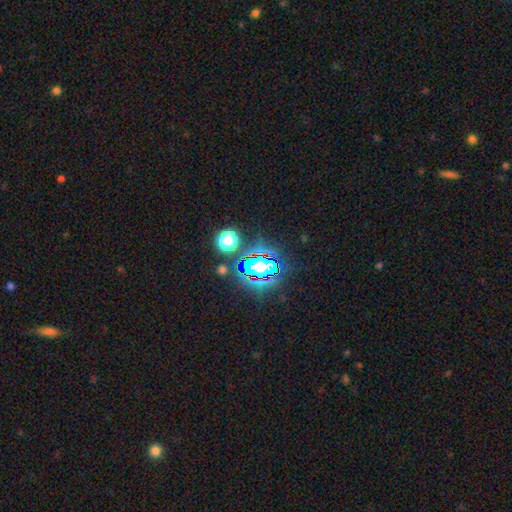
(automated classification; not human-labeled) star or artifact 78%, smooth 14%, featured or disk 8%.